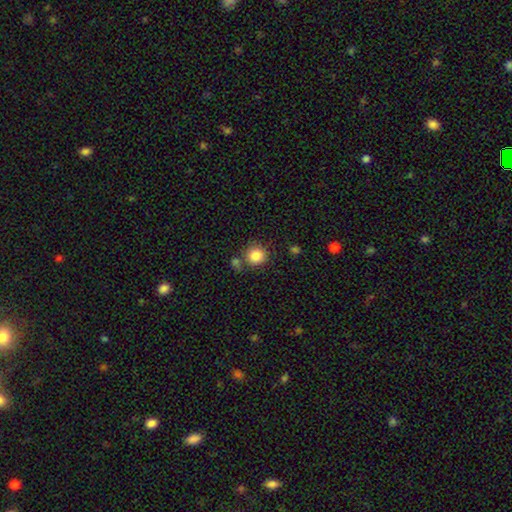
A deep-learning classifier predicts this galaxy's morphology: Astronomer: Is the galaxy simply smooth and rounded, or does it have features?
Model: smooth — 85%.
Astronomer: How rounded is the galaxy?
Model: round — 90%.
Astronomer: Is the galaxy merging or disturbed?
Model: none — 72%.